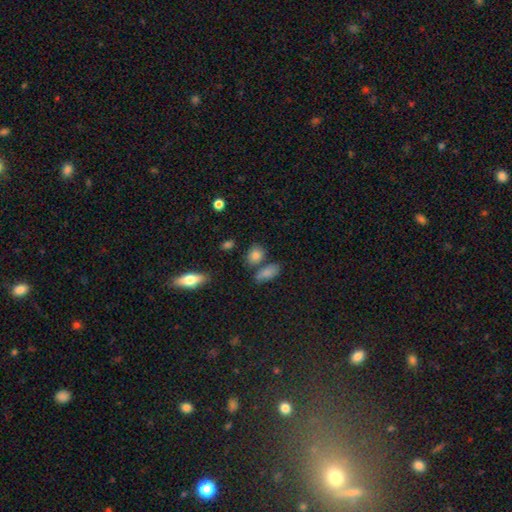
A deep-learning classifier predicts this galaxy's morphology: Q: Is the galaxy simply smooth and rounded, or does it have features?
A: smooth — 81%.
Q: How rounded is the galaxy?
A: in between — 55%.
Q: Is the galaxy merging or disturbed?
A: none — 68%.